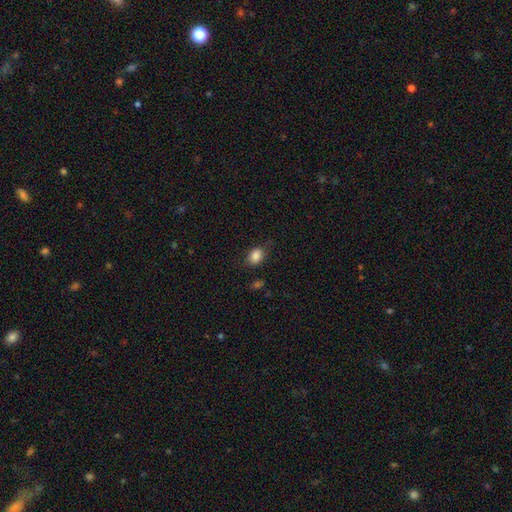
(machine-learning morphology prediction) Smooth or featured?
  - smooth: 85% *
  - star or artifact: 9%
  - featured or disk: 6%
How rounded?
  - in between: 69% *
  - round: 30%
  - cigar-shaped: 1%
Merging?
  - none: 76% *
  - minor disturbance: 18%
  - major disturbance: 5%
  - merger: 2%